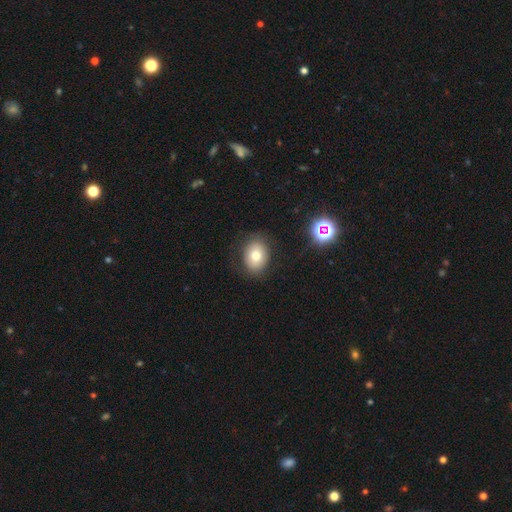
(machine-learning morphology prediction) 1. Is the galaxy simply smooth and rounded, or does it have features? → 76% smooth, 13% featured or disk, 11% star or artifact.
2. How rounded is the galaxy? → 64% in between, 35% round, 1% cigar-shaped.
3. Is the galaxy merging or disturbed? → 83% none, 12% minor disturbance, 4% major disturbance, 2% merger.